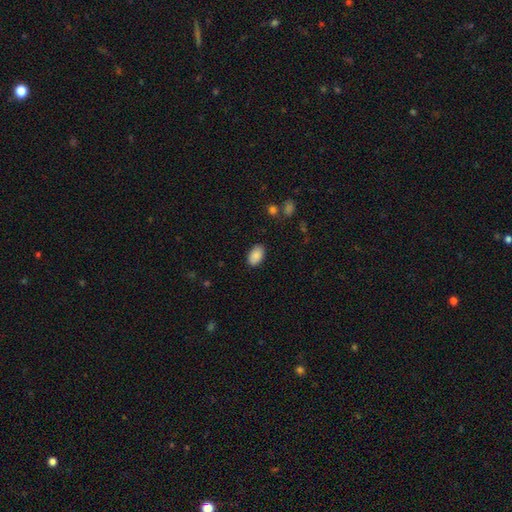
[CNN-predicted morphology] smooth-or-featured: smooth: 89% | star or artifact: 7% | featured or disk: 4%
  how-rounded: in between: 92% | round: 6% | cigar-shaped: 1%
  merging: none: 88% | minor disturbance: 9% | major disturbance: 2% | merger: 1%